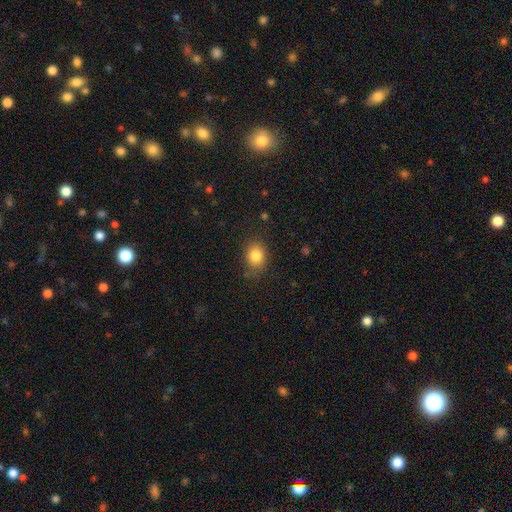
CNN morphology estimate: smooth_or_featured: smooth (p=0.83) [alt: star or artifact p=0.10]
how_rounded: round (p=0.54) [alt: in between p=0.45]
merging: none (p=0.76) [alt: minor disturbance p=0.18]